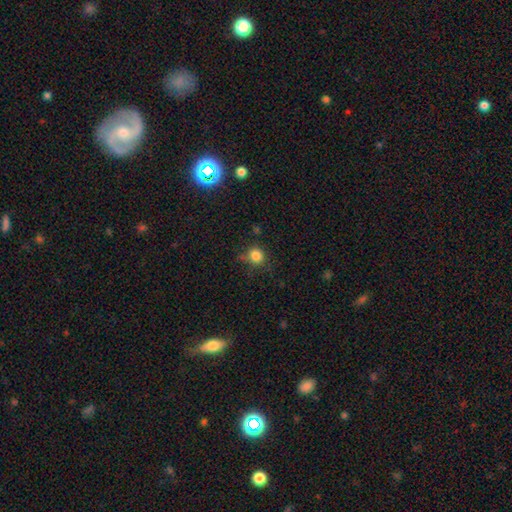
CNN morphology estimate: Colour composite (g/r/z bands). It shows a smooth galaxy with no disk features (83%) that is round (87%). Merging: none (75%).